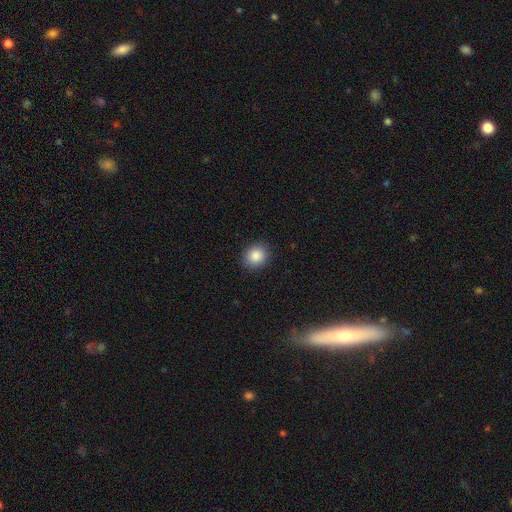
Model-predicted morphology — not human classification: Smooth or featured? Predicted: smooth (p=0.87). How rounded? Predicted: round (p=0.71). Merging? Predicted: none (p=0.89).